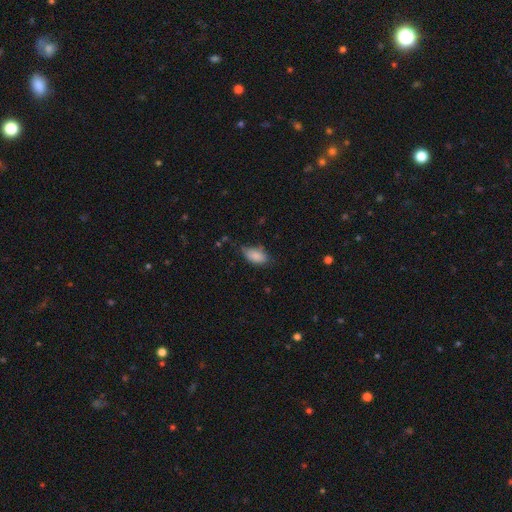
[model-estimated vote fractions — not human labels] Smooth or featured? Predicted: smooth (p=0.85). How rounded? Predicted: in between (p=0.92). Merging? Predicted: none (p=0.58).